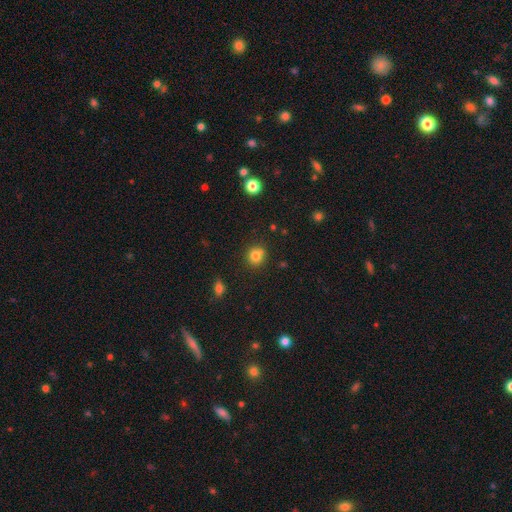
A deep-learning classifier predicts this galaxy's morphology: A smooth galaxy with no disk features (78%) that is round (82%).

Vote fractions:
- Smooth or featured? smooth: 78% / star or artifact: 12% / featured or disk: 9%
- How rounded? round: 82% / in between: 17% / cigar-shaped: 1%
- Merging? none: 63% / merger: 19% / minor disturbance: 15% / major disturbance: 4%